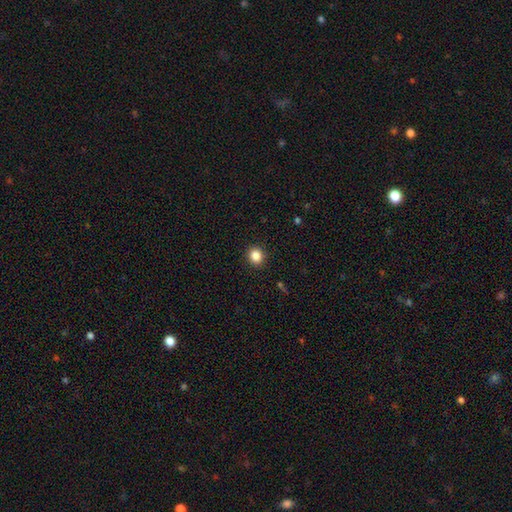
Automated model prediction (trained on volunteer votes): Smooth or featured?
  - smooth: 85% *
  - star or artifact: 11%
  - featured or disk: 4%
How rounded?
  - round: 84% *
  - in between: 15%
  - cigar-shaped: 1%
Merging?
  - none: 92% *
  - minor disturbance: 6%
  - major disturbance: 2%
  - merger: 1%